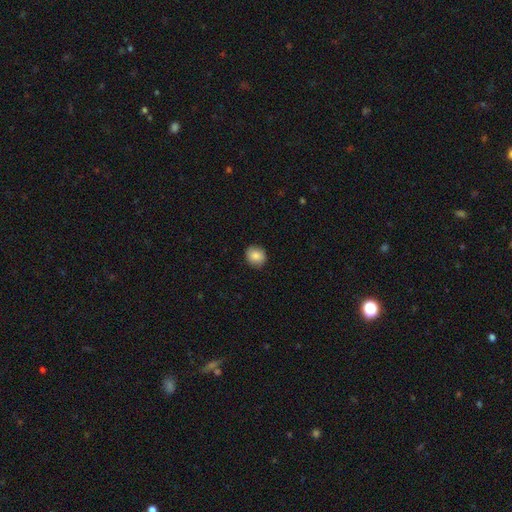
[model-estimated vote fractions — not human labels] smooth 87%, star or artifact 8%, featured or disk 5%. Down the decision tree: how rounded — round (78%); merging — none (90%).